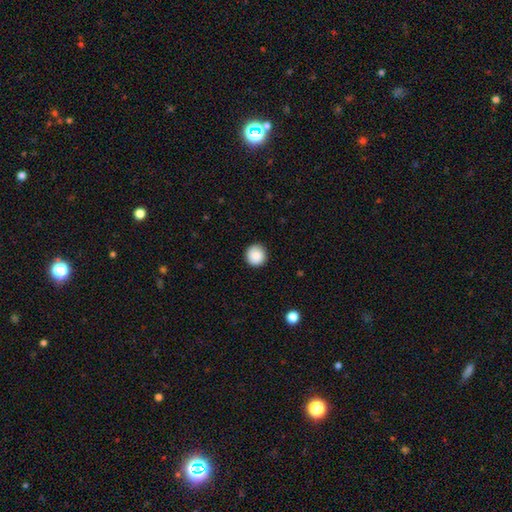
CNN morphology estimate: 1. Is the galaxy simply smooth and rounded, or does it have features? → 88% smooth, 8% star or artifact, 5% featured or disk.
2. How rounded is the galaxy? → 94% round, 5% in between, 1% cigar-shaped.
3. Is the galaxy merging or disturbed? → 90% none, 8% minor disturbance, 2% major disturbance, 1% merger.